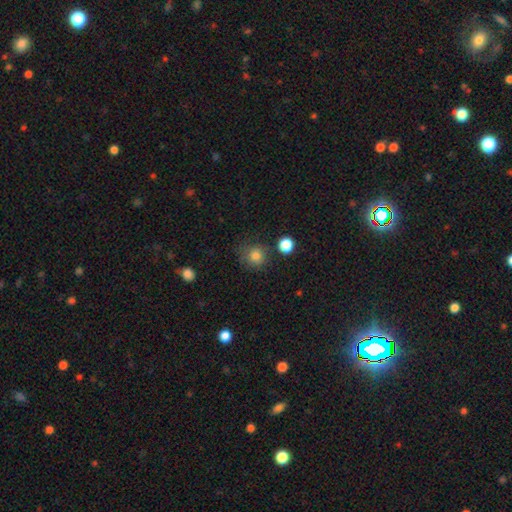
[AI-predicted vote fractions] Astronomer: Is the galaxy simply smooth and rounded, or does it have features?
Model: smooth — 81%.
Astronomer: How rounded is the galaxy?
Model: round — 91%.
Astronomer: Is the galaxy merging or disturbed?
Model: none — 75%.